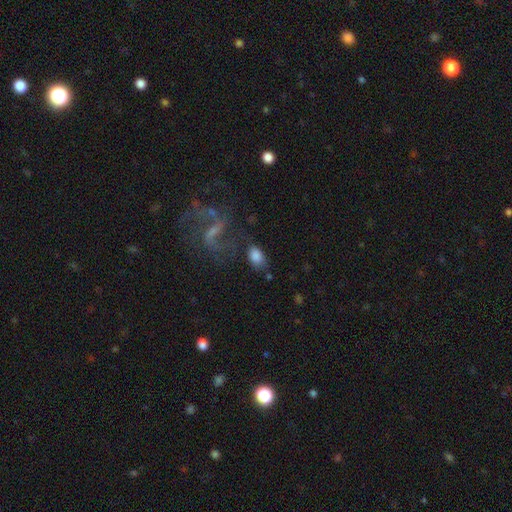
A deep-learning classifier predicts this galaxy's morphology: The model was most divided on "merging": none: 61%, minor disturbance: 19%, major disturbance: 11%, merger: 10%. More confident: how rounded — in between (85%); smooth or featured — smooth (75%).